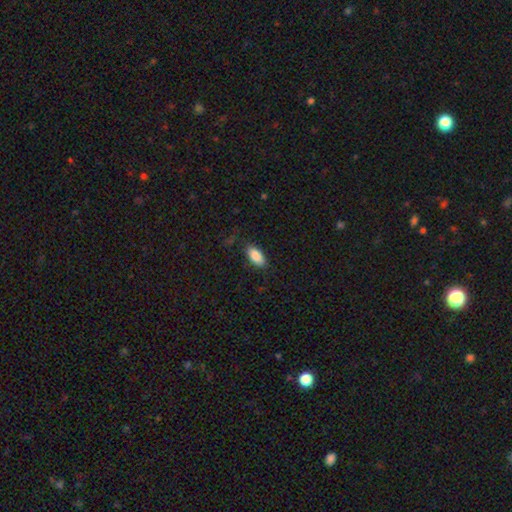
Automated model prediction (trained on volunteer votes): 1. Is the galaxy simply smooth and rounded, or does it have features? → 85% smooth, 8% featured or disk, 7% star or artifact.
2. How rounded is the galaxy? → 91% in between, 7% cigar-shaped, 2% round.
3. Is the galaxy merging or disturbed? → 84% none, 12% minor disturbance, 3% major disturbance, 1% merger.